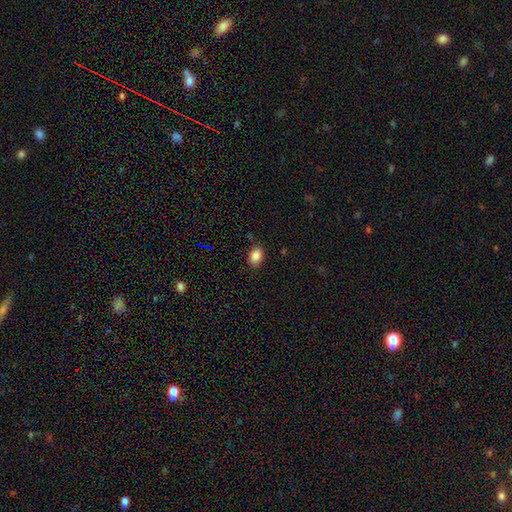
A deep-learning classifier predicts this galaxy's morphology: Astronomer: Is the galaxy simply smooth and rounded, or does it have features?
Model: smooth — 86%.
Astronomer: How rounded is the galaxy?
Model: in between — 81%.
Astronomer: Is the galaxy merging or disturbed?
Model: none — 84%.